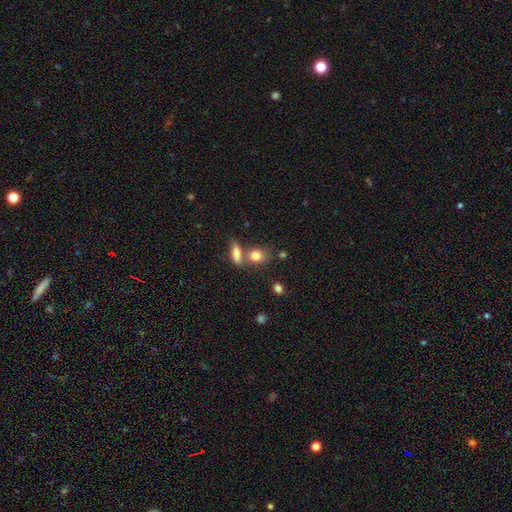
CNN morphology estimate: Smooth or featured? smooth (82%)
How rounded? in between (50%)
Merging? none (49%)